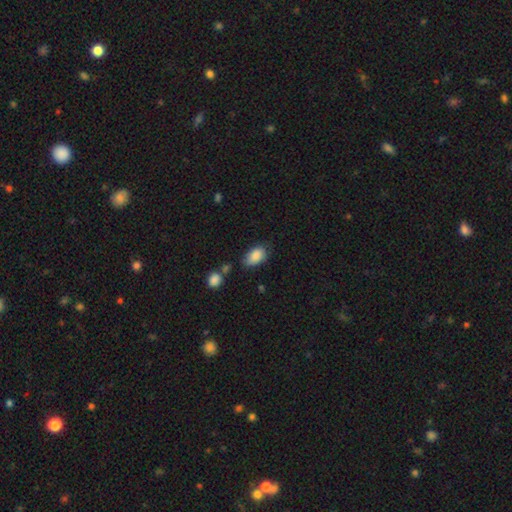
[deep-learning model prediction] Smooth or featured: smooth — 86% (star or artifact — 7%)
How rounded: in between — 92% (round — 6%)
Merging: none — 59% (minor disturbance — 29%)